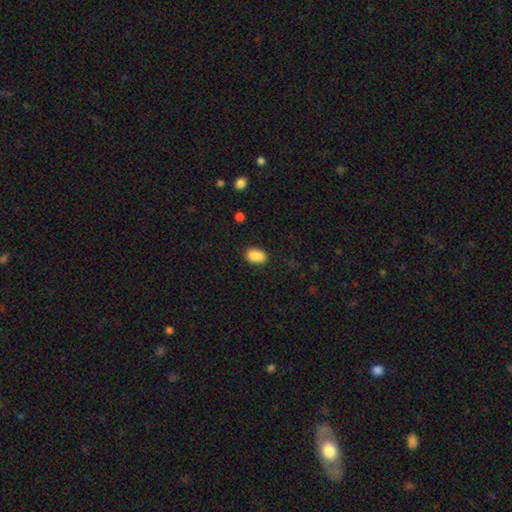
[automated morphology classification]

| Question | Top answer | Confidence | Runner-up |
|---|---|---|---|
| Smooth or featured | smooth | 88% | star or artifact (8%) |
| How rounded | in between | 86% | round (12%) |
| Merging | none | 83% | minor disturbance (12%) |